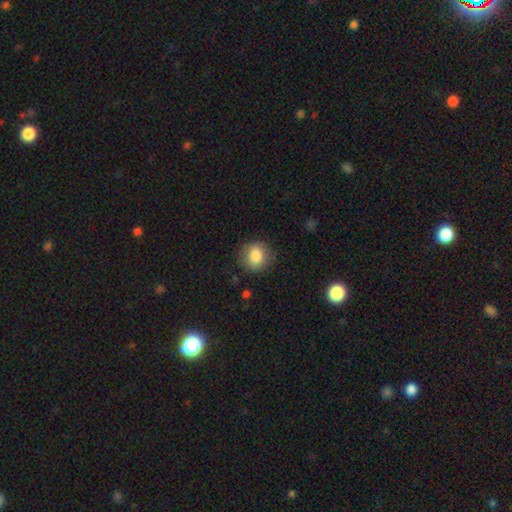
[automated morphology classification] The model was most divided on "how rounded": round: 84%, in between: 15%, cigar-shaped: 1%. More confident: smooth or featured — smooth (84%); merging — none (84%).